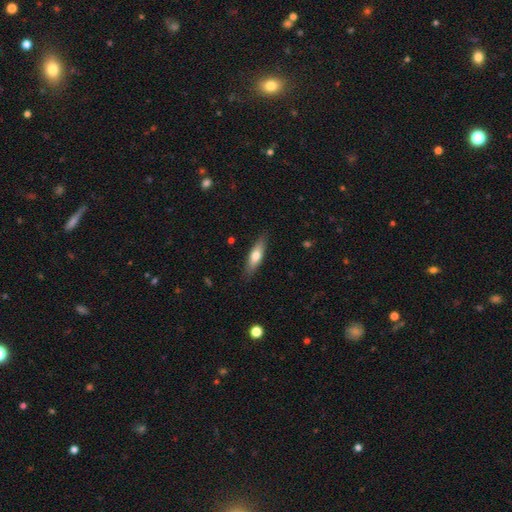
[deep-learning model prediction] The model was most divided on "how rounded": cigar-shaped: 61%, in between: 37%, round: 2%. More confident: merging — none (86%); smooth or featured — smooth (66%).